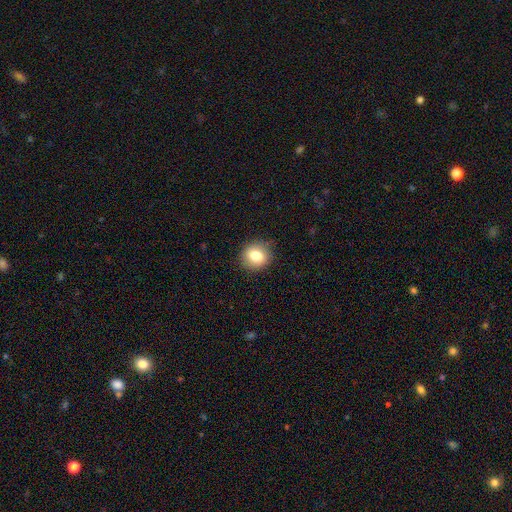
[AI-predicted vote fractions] smooth_or_featured: smooth (p=0.82) [alt: star or artifact p=0.09]
how_rounded: round (p=0.77) [alt: in between p=0.22]
merging: none (p=0.85) [alt: minor disturbance p=0.11]